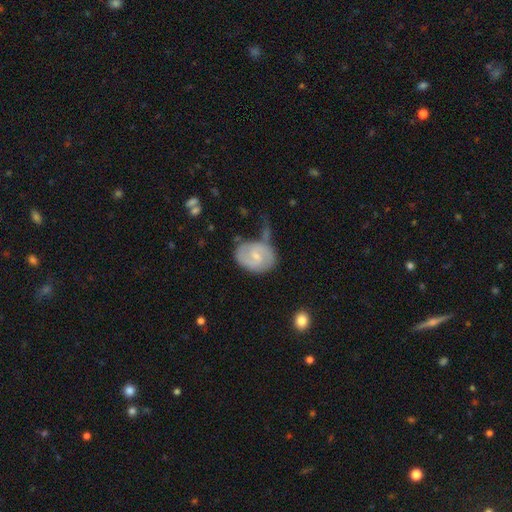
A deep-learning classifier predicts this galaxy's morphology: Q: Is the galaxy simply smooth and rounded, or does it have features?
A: featured or disk — 68%.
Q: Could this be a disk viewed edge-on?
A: no — 97%.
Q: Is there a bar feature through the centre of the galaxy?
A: weak — 56%.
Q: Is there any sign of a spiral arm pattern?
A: yes — 85%.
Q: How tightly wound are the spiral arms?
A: medium — 42%.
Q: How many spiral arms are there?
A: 2 — 72%.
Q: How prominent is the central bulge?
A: small — 61%.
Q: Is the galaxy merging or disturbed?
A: none — 48%.